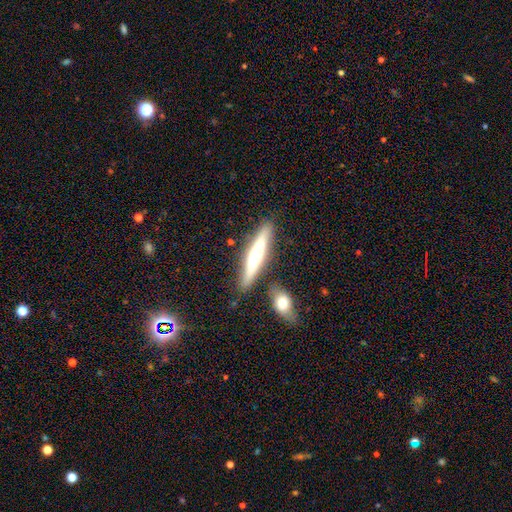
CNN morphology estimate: smooth-or-featured: smooth: 50% | featured or disk: 43% | star or artifact: 7%
  how-rounded: cigar-shaped: 89% | in between: 10% | round: 2%
  merging: none: 80% | minor disturbance: 10% | merger: 8% | major disturbance: 3%